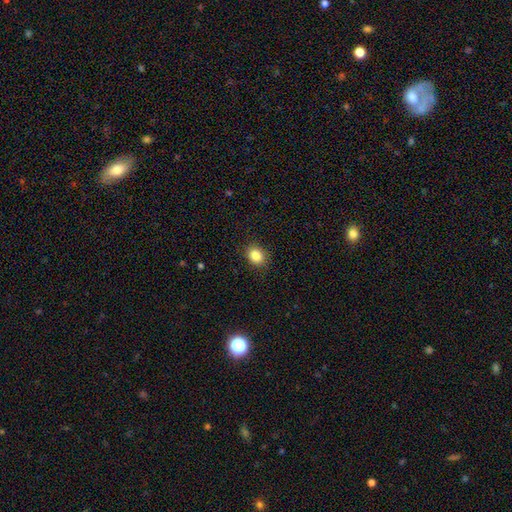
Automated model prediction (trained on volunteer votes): smooth-or-featured: smooth: 85% | star or artifact: 10% | featured or disk: 5%
  how-rounded: round: 51% | in between: 48% | cigar-shaped: 1%
  merging: none: 88% | minor disturbance: 8% | major disturbance: 2% | merger: 1%